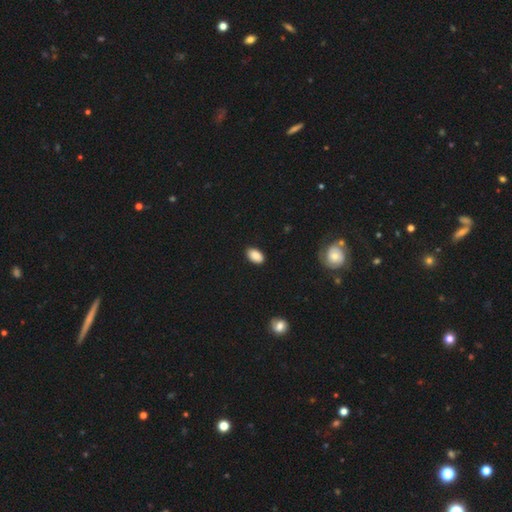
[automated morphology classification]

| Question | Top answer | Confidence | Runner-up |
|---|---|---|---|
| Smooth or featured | smooth | 88% | star or artifact (8%) |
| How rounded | in between | 92% | round (6%) |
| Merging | none | 87% | minor disturbance (10%) |